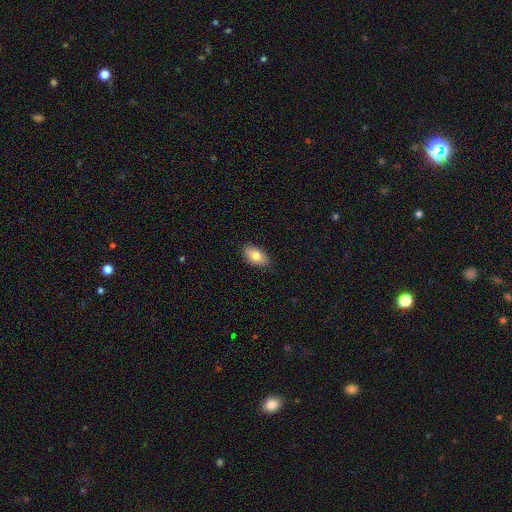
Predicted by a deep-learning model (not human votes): Smooth or featured? smooth (81%)
How rounded? in between (93%)
Merging? none (88%)